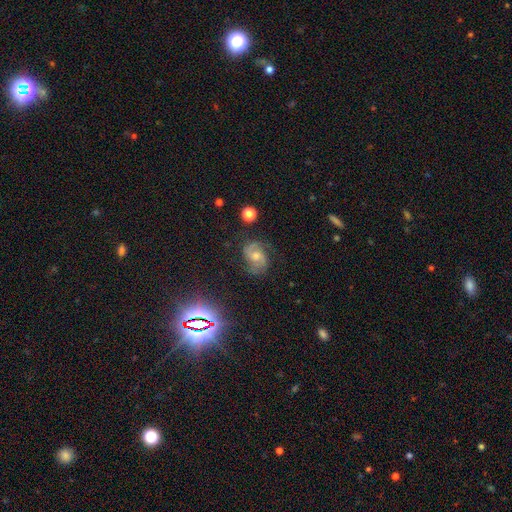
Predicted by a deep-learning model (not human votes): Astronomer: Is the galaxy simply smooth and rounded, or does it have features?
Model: featured or disk — 72%.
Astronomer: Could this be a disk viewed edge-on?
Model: no — 97%.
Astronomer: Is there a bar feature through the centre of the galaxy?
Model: no — 54% (runner-up: weak, 38%).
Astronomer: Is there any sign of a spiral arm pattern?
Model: yes — 94%.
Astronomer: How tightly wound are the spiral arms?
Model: medium — 53%.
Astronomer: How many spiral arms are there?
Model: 2 — 87%.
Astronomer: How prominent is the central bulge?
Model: moderate — 60%.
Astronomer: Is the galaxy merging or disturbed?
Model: none — 72%.